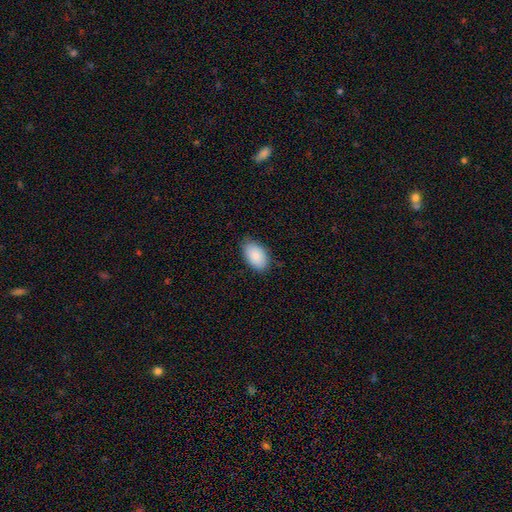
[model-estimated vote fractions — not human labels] Smooth or featured?
  - smooth: 88% *
  - star or artifact: 6%
  - featured or disk: 6%
How rounded?
  - in between: 94% *
  - round: 5%
  - cigar-shaped: 1%
Merging?
  - none: 81% *
  - minor disturbance: 16%
  - major disturbance: 3%
  - merger: 1%